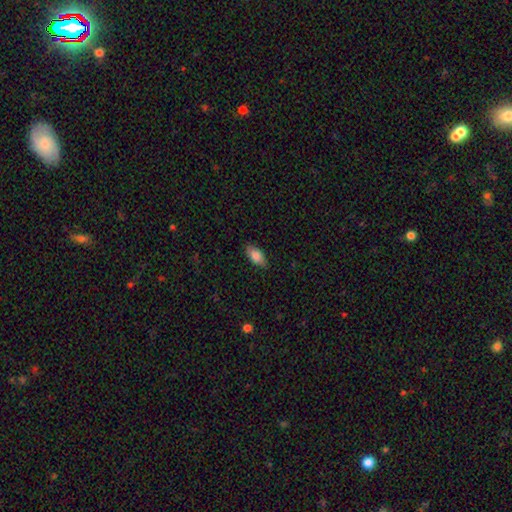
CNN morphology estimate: This appears to be a smooth galaxy with no disk features (84%) that is in between round and cigar-shaped (90%). Merging: none (86%).